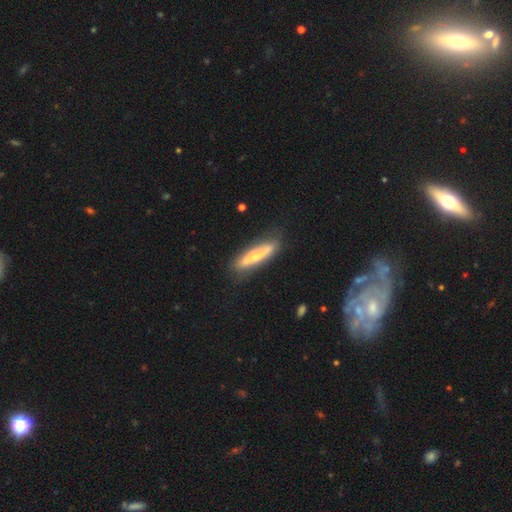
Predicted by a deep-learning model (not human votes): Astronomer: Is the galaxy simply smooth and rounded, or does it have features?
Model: smooth — 48% (runner-up: featured or disk, 47%).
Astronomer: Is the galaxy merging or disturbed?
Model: none — 80%.